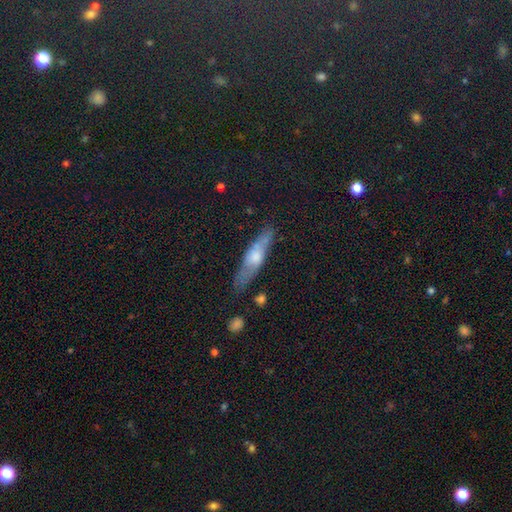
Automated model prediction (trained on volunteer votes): Smooth or featured: featured or disk — 46% (smooth — 37%)
Merging: none — 81% (minor disturbance — 14%)